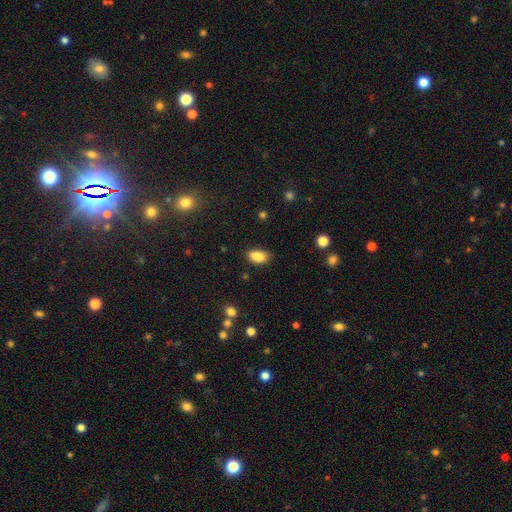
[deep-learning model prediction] Smooth or featured? Predicted: smooth (p=0.85). How rounded? Predicted: in between (p=0.89). Merging? Predicted: none (p=0.68).